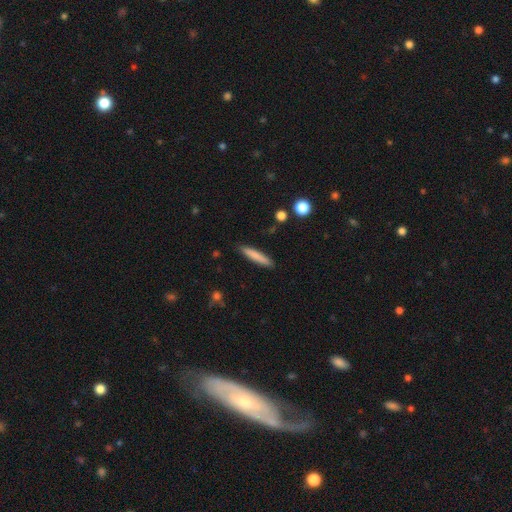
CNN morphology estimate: Smooth or featured?
  - smooth: 80% *
  - featured or disk: 14%
  - star or artifact: 6%
How rounded?
  - cigar-shaped: 91% *
  - in between: 8%
  - round: 1%
Merging?
  - none: 89% *
  - minor disturbance: 8%
  - major disturbance: 2%
  - merger: 1%